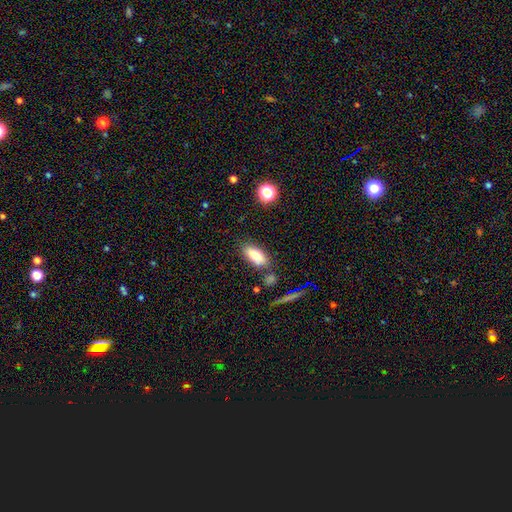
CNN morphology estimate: This is likely a smooth galaxy (77%). How rounded: clearly in between (86%). Merging: likely none (77%).